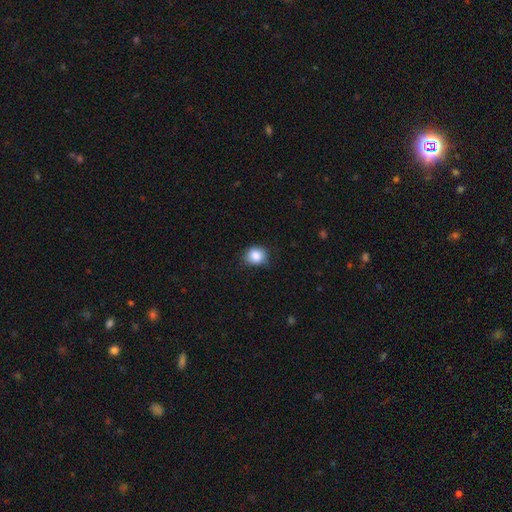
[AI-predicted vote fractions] A smooth galaxy with no disk features (85%) that is round (74%).

Vote fractions:
- Smooth or featured? smooth: 85% / star or artifact: 10% / featured or disk: 5%
- How rounded? round: 74% / in between: 25% / cigar-shaped: 1%
- Merging? none: 73% / minor disturbance: 22% / major disturbance: 4% / merger: 1%